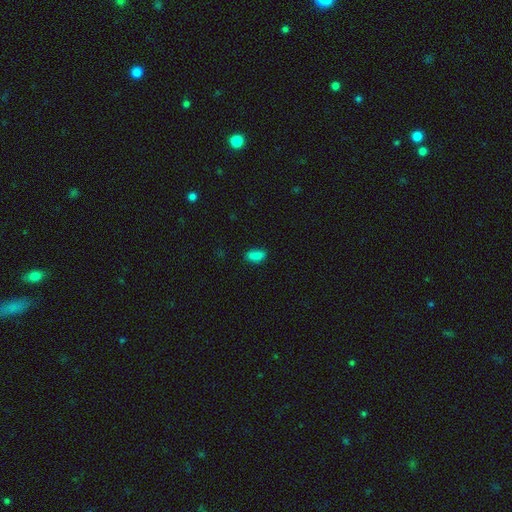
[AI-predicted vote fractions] Morphology: type=smooth (86%); roundness=in between (89%); merging=none (82%).